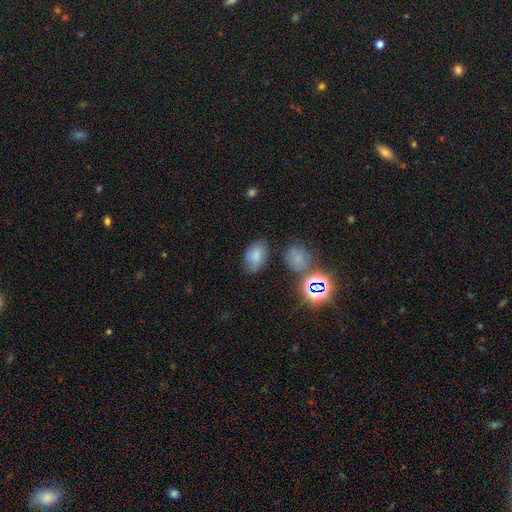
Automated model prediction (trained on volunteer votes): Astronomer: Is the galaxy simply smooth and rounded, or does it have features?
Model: smooth — 75%.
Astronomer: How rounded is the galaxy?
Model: in between — 88%.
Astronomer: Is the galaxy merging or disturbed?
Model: none — 71%.